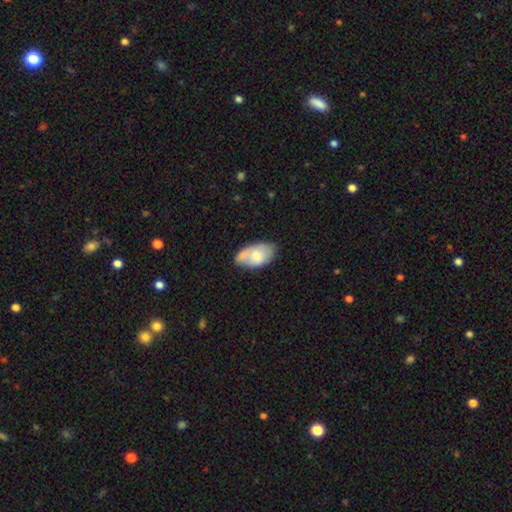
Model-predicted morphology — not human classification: Smooth or featured? Predicted: smooth (p=0.68). How rounded? Predicted: in between (p=0.94). Merging? Predicted: none (p=0.50).